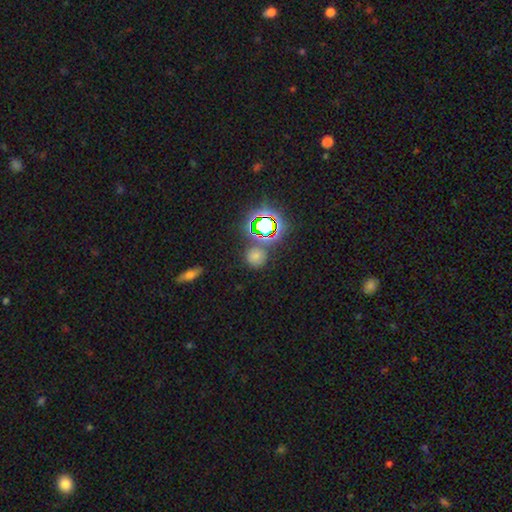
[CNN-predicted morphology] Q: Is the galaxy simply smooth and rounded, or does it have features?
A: smooth — 61%.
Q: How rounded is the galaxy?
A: round — 89%.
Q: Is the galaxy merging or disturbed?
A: none — 77%.